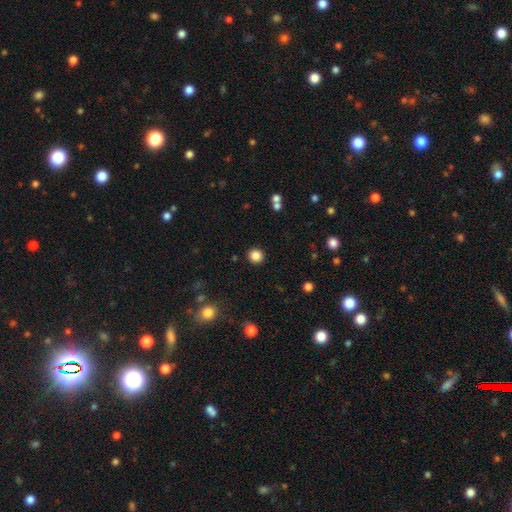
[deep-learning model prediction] Smooth or featured? Predicted: smooth (p=0.86). How rounded? Predicted: round (p=0.93). Merging? Predicted: none (p=0.91).